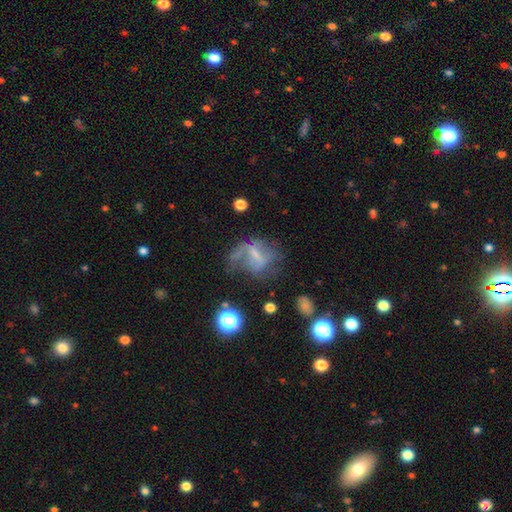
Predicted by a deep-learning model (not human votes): Q: Smooth or featured?
A: featured or disk (56%); runner-up: smooth (29%)
Q: Edge-on disk?
A: no (95%); runner-up: yes (5%)
Q: Bar?
A: weak (42%); runner-up: no (38%)
Q: Spiral arms?
A: yes (53%); runner-up: no (47%)
Q: Bulge size?
A: small (41%); runner-up: none (35%)
Q: Merging?
A: major disturbance (41%); runner-up: none (33%)